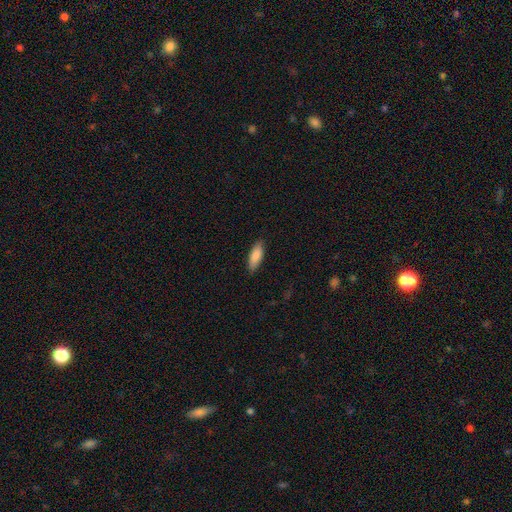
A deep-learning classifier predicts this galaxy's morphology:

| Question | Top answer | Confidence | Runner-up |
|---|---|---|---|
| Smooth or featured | smooth | 87% | featured or disk (8%) |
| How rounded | in between | 61% | cigar-shaped (37%) |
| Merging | none | 87% | minor disturbance (10%) |